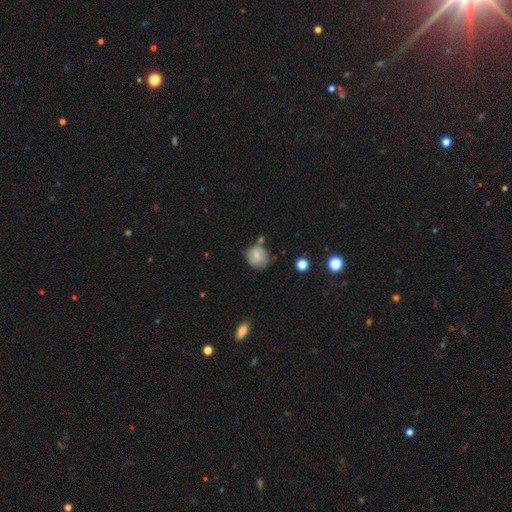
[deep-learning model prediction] Smooth or featured?
  - smooth: 69% *
  - featured or disk: 23%
  - star or artifact: 9%
How rounded?
  - round: 76% *
  - in between: 23%
  - cigar-shaped: 1%
Merging?
  - none: 59% *
  - minor disturbance: 26%
  - merger: 8%
  - major disturbance: 7%